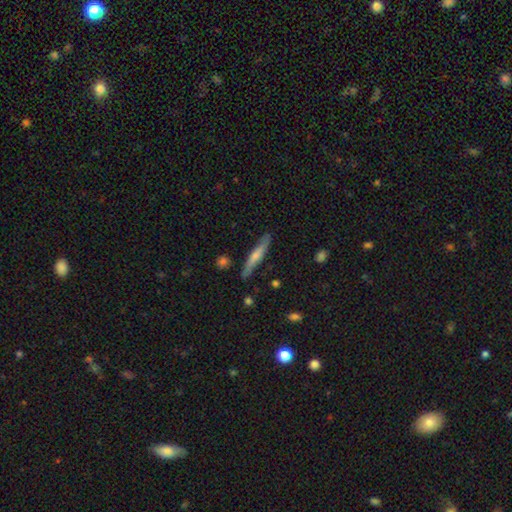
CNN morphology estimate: This is possibly a smooth galaxy (51%). How rounded: clearly cigar-shaped (91%). Merging: clearly none (82%).